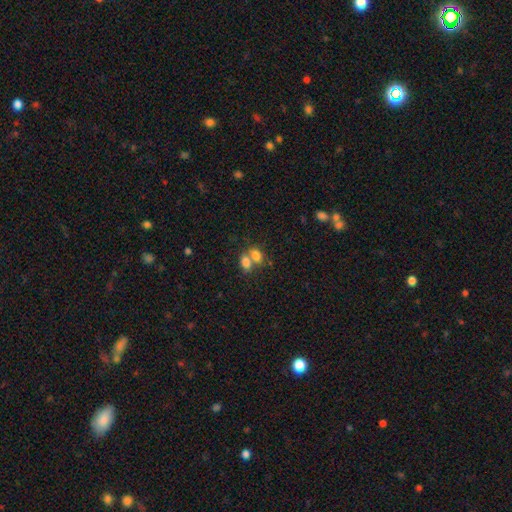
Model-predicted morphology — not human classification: Overall: smooth (79%). How rounded: in between (77%). Merging: merger (62%; none 27%).